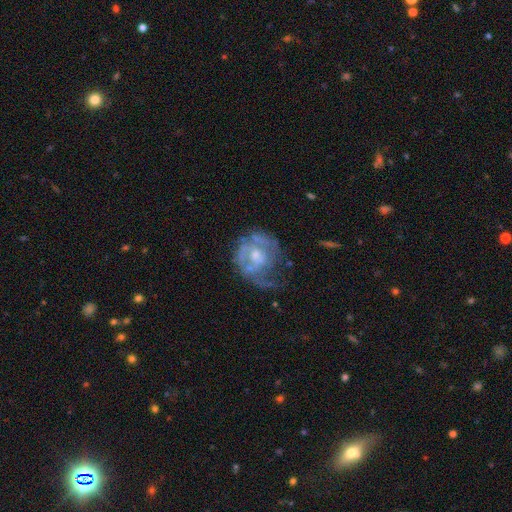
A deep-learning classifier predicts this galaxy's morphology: A featured or disk galaxy (73%) with no bar (73%), spiral arms (68%) and a moderate central bulge (47%).

Vote fractions:
- Smooth or featured? featured or disk: 73% / smooth: 19% / star or artifact: 7%
- Edge-on disk? no: 98% / yes: 2%
- Bar? no: 73% / weak: 24% / strong: 4%
- Spiral arms? yes: 68% / no: 32%
- Bulge size? moderate: 47% / small: 44% / none: 5% / large: 3% / dominant: 1%
- Merging? none: 37% / major disturbance: 35% / minor disturbance: 24% / merger: 5%